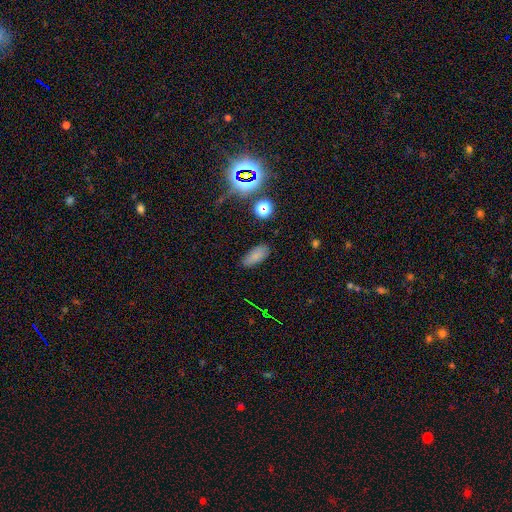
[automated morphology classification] Smooth or featured: smooth — 78% (star or artifact — 14%)
How rounded: in between — 86% (cigar-shaped — 11%)
Merging: none — 84% (minor disturbance — 11%)